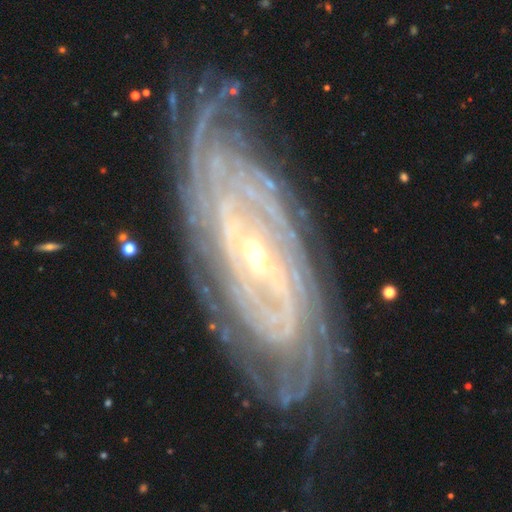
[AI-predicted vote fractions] Morphology: type=featured or disk (89%); edge-on=no (90%); bar=weak (36%); spiral arms=yes (96%); winding=tight (79%); arm count=can't tell (36%); bulge=small (74%); merging=none (75%).